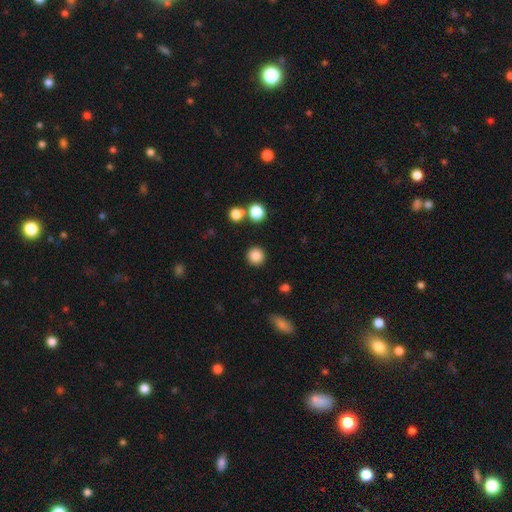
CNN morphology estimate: A smooth galaxy with no disk features (85%) that is round (94%). Merging: none (90%).